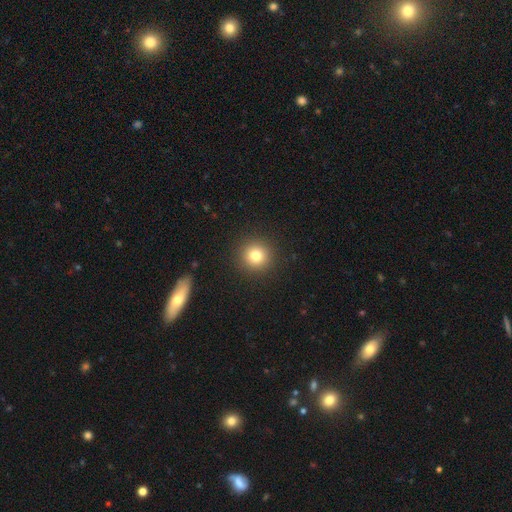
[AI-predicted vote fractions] Q: Smooth or featured?
A: smooth (79%); runner-up: star or artifact (13%)
Q: How rounded?
A: round (95%); runner-up: in between (5%)
Q: Merging?
A: none (92%); runner-up: minor disturbance (5%)